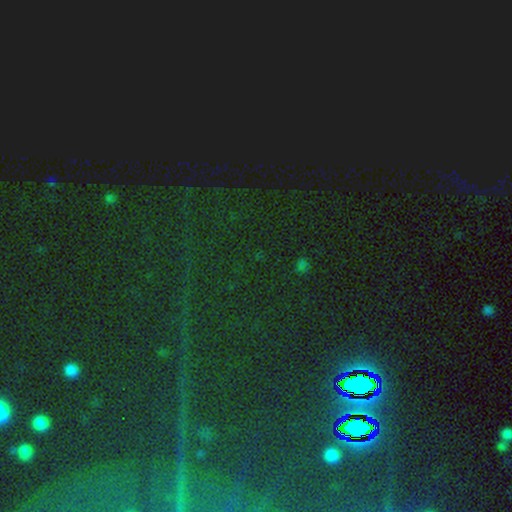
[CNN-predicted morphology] Q: Smooth or featured?
A: star or artifact (86%); runner-up: smooth (8%)